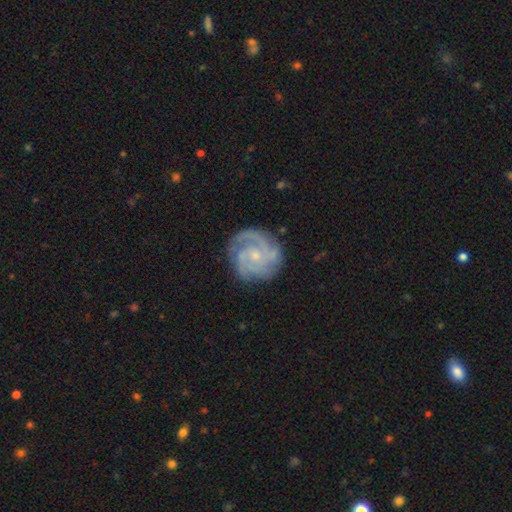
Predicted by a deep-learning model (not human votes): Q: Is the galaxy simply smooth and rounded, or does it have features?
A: featured or disk — 88%.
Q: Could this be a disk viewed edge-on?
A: no — 98%.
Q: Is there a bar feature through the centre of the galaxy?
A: no — 70%.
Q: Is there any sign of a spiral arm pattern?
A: yes — 98%.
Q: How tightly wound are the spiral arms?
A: tight — 62%.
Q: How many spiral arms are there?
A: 3 — 46%.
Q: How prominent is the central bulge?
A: small — 75%.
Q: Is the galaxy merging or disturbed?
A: none — 79%.